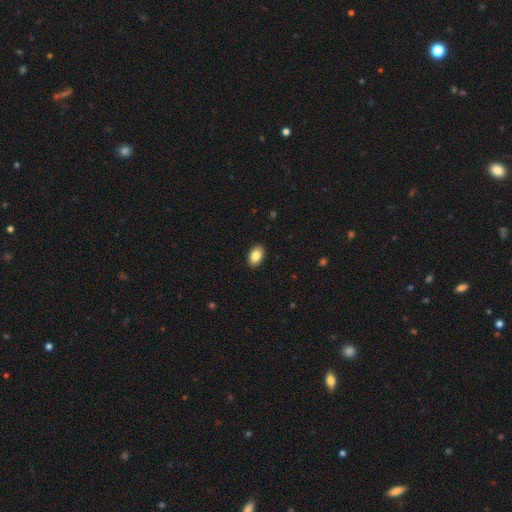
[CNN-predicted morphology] type=smooth (85%); roundness=in between (91%); merging=none (90%).